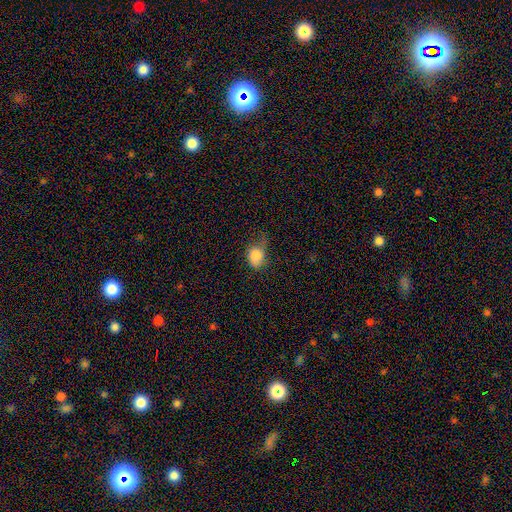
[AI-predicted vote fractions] smooth-or-featured: smooth: 82% | featured or disk: 10% | star or artifact: 8%
  how-rounded: in between: 64% | round: 35% | cigar-shaped: 1%
  merging: minor disturbance: 38% | major disturbance: 32% | none: 28% | merger: 3%